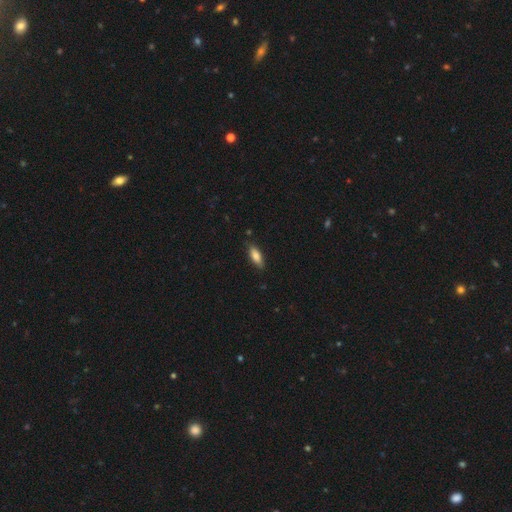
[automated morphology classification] Overall: smooth (83%). How rounded: in between (71%). Merging: none (83%).